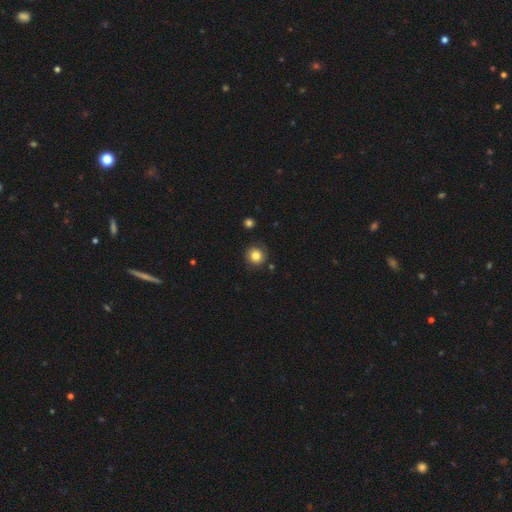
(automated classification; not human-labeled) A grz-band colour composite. It shows a smooth galaxy with no disk features (79%) that is round (91%). Merging: none (80%).